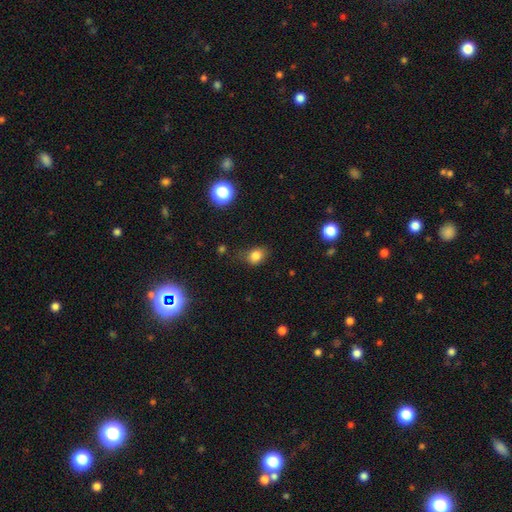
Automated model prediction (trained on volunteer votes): Smooth or featured? smooth (81%)
How rounded? in between (59%)
Merging? none (63%)